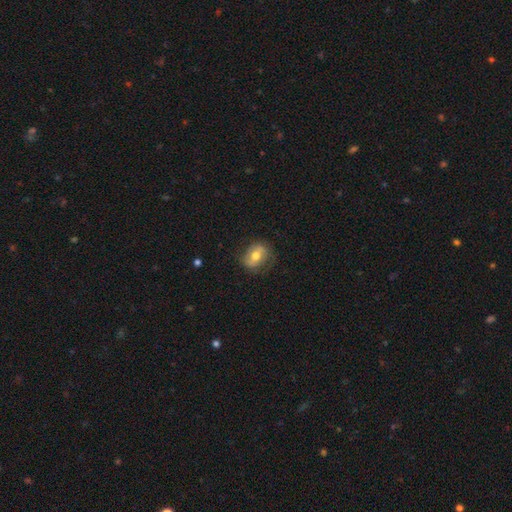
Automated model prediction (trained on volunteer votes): This is possibly a smooth galaxy (51%). How rounded: possibly in between (57%). Merging: likely none (71%).